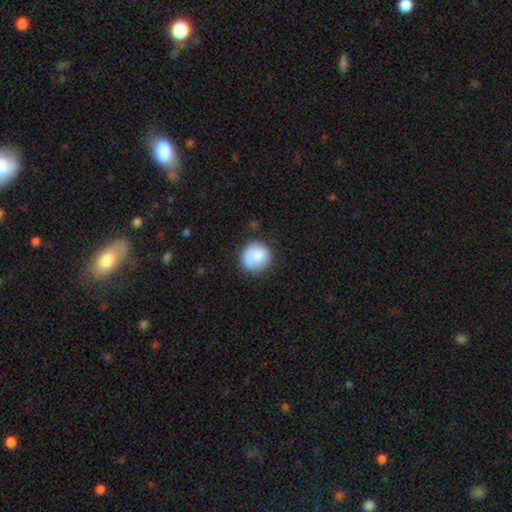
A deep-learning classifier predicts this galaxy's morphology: A smooth galaxy with no disk features (80%) that is round (92%).

Vote fractions:
- Smooth or featured? smooth: 80% / featured or disk: 14% / star or artifact: 6%
- How rounded? round: 92% / in between: 7% / cigar-shaped: 1%
- Merging? none: 74% / minor disturbance: 17% / major disturbance: 6% / merger: 3%